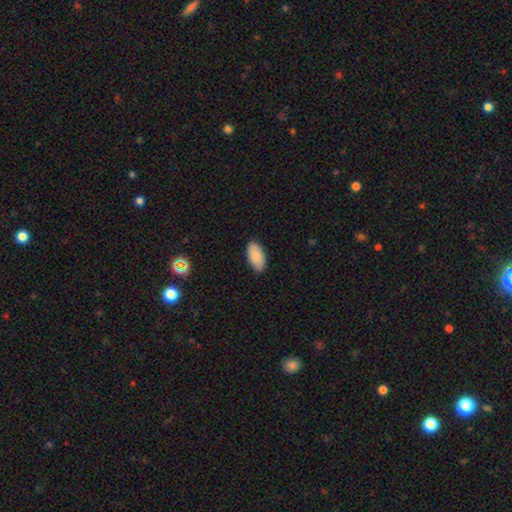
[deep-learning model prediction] Morphology: type=smooth (88%); roundness=in between (94%); merging=none (87%).